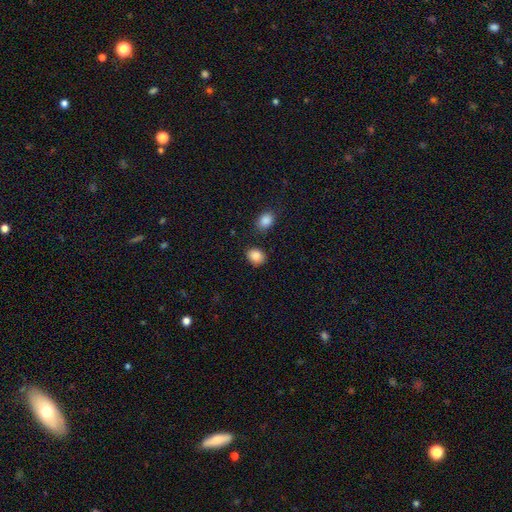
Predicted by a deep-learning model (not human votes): Overall: smooth (87%). How rounded: in between (54%; round 45%). Merging: none (82%).